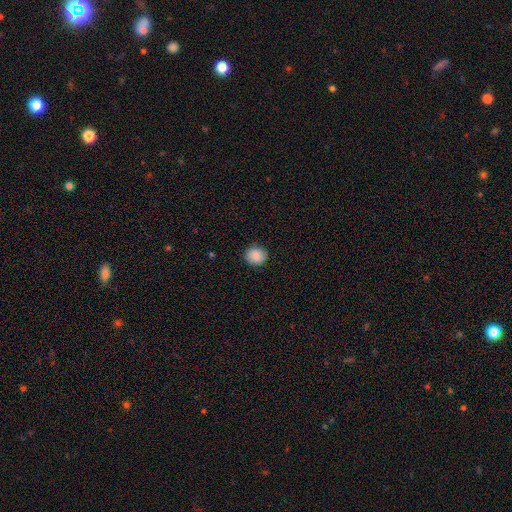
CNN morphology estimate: type=smooth (88%); roundness=round (81%); merging=none (89%).